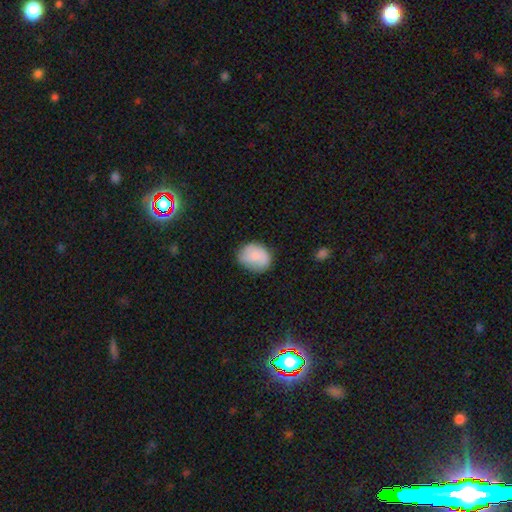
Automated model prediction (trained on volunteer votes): The model was most divided on "how rounded": round: 51%, in between: 48%, cigar-shaped: 1%. More confident: smooth or featured — smooth (83%); merging — none (70%).